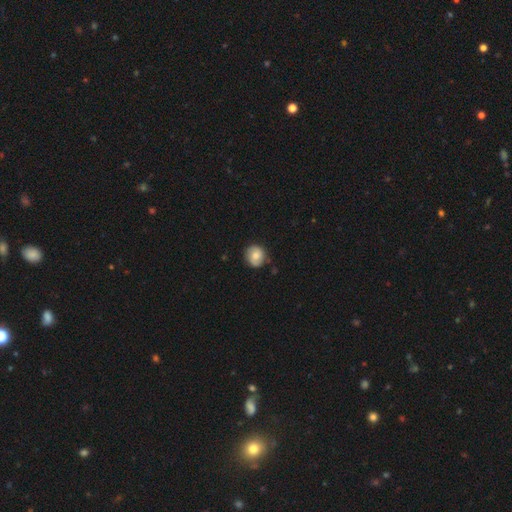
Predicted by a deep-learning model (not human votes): Smooth or featured: smooth — 69% (featured or disk — 23%)
How rounded: round — 86% (in between — 13%)
Merging: none — 81% (minor disturbance — 15%)